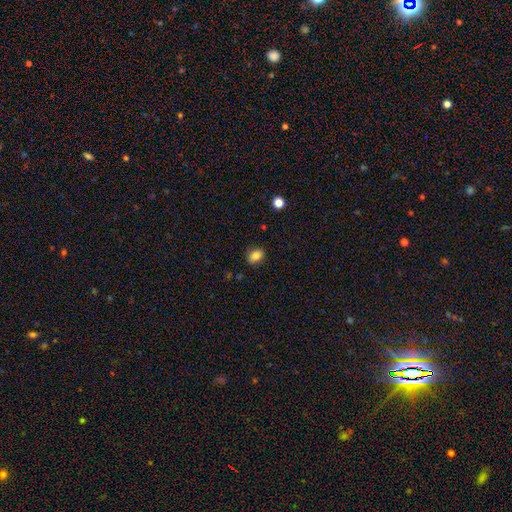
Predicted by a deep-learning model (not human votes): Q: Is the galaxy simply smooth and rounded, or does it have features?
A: smooth — 84%.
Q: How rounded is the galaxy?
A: in between — 65%.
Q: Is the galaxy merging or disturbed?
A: none — 82%.